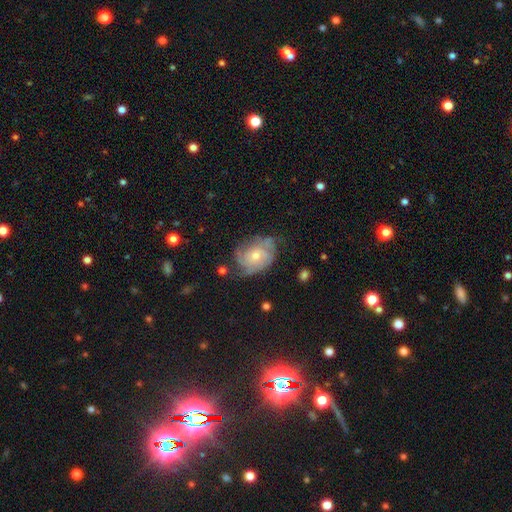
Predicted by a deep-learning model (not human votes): This is likely a featured or disk galaxy (76%). It is clearly not viewed edge-on (97%). Bar: likely no (76%). Spiral arm pattern: clearly yes (93%). Spiral arm count: marginally can't tell (31%). Spiral winding: likely tight (60%). Central bulge: possibly moderate (51%). Merging: likely none (65%).